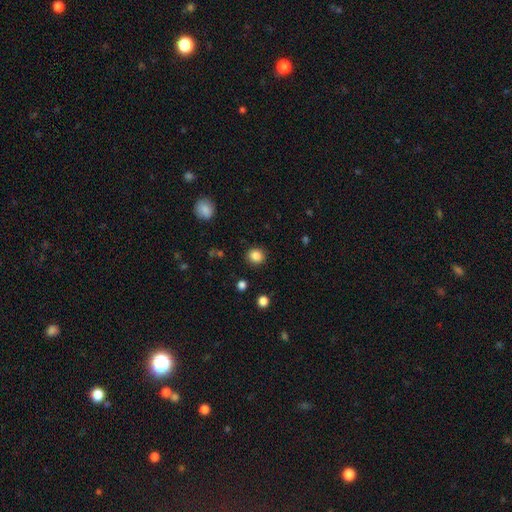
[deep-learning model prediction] smooth-or-featured: smooth: 85% | star or artifact: 11% | featured or disk: 4%
  how-rounded: round: 86% | in between: 13% | cigar-shaped: 1%
  merging: none: 90% | minor disturbance: 7% | major disturbance: 2% | merger: 1%